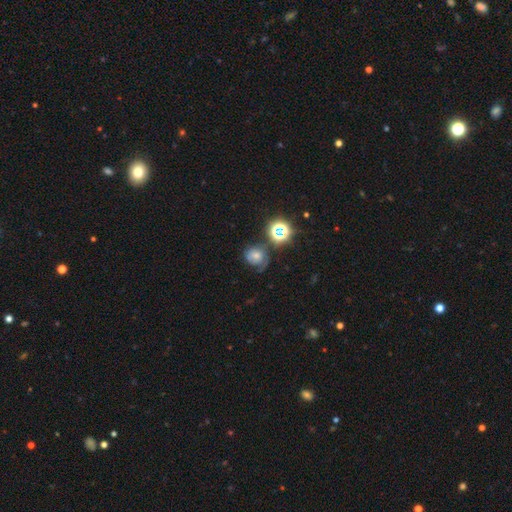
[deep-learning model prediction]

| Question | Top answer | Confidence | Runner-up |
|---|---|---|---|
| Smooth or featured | smooth | 44% | featured or disk (35%) |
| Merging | none | 53% | minor disturbance (26%) |